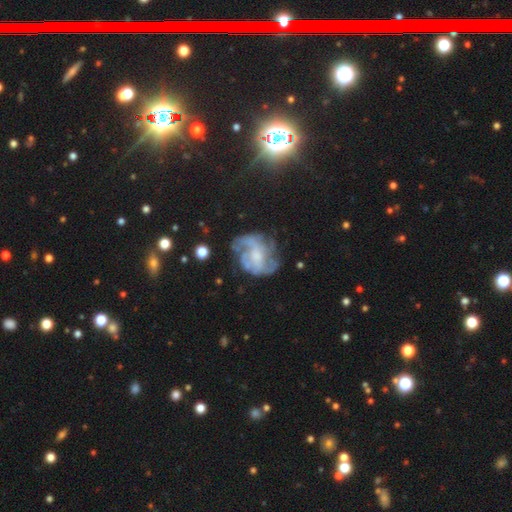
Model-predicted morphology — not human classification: featured or disk 75%, smooth 16%, star or artifact 9%. Down the decision tree: edge-on disk — no (97%); bar — no (61%); spiral arms — yes (80%); spiral arm count — can't tell (38%); spiral winding — medium (43%); bulge size — moderate (36%); merging — none (57%).